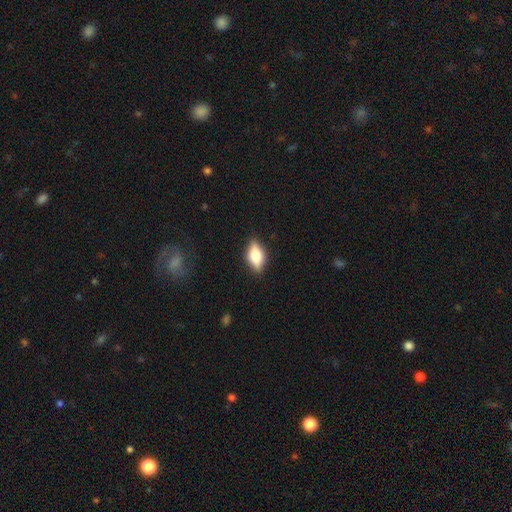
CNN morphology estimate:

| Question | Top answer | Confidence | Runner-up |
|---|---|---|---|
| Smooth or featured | smooth | 62% | featured or disk (30%) |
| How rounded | in between | 81% | cigar-shaped (12%) |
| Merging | none | 84% | minor disturbance (12%) |